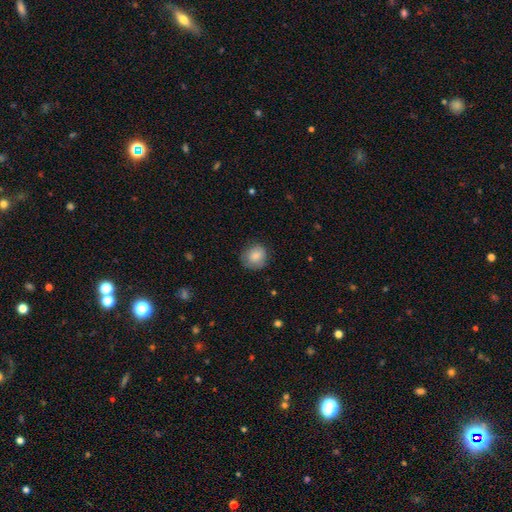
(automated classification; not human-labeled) Smooth or featured?
  - smooth: 83% *
  - featured or disk: 10%
  - star or artifact: 8%
How rounded?
  - round: 81% *
  - in between: 18%
  - cigar-shaped: 1%
Merging?
  - none: 74% *
  - minor disturbance: 19%
  - major disturbance: 5%
  - merger: 1%